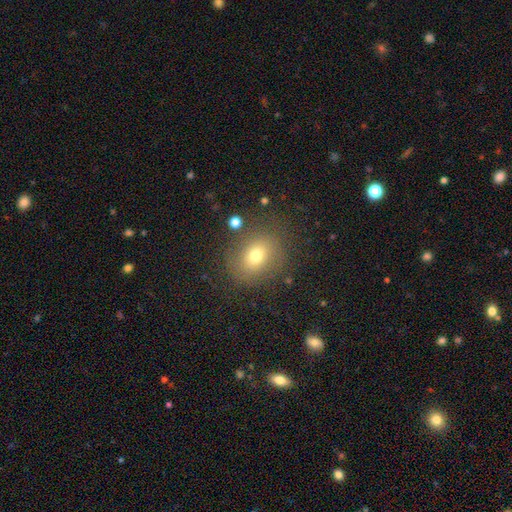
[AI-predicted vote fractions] smooth 70%, star or artifact 15%, featured or disk 15%. Down the decision tree: how rounded — round (55%); merging — none (80%).